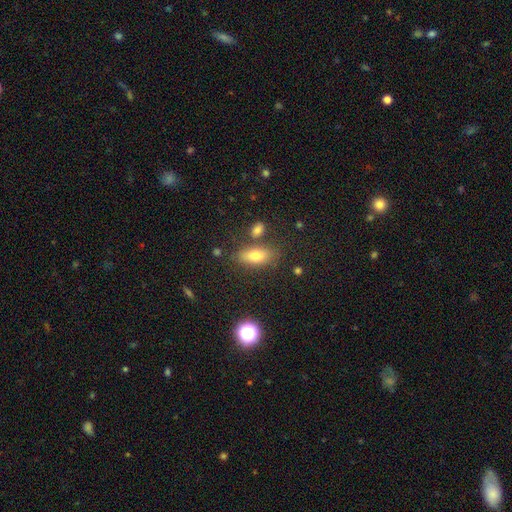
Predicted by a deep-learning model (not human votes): The model was most divided on "smooth or featured": smooth: 73%, featured or disk: 16%, star or artifact: 11%. More confident: how rounded — in between (81%); merging — none (74%).